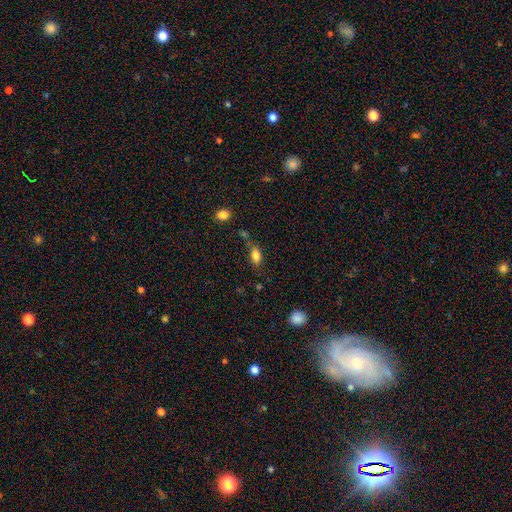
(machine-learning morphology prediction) Smooth or featured? Predicted: smooth (p=0.82). How rounded? Predicted: in between (p=0.85). Merging? Predicted: none (p=0.55).